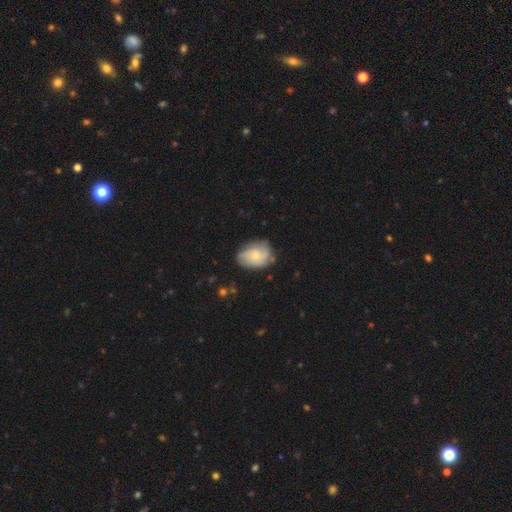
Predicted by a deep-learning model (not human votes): Smooth or featured: smooth — 50% (featured or disk — 43%)
How rounded: in between — 70% (round — 29%)
Merging: none — 67% (minor disturbance — 24%)